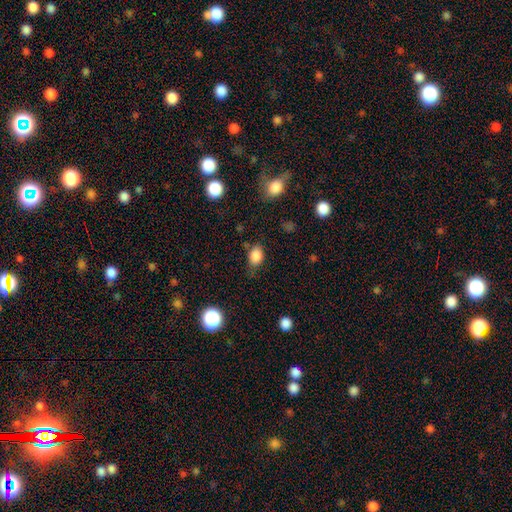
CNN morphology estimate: Overall: smooth (85%). How rounded: in between (70%). Merging: none (67%).